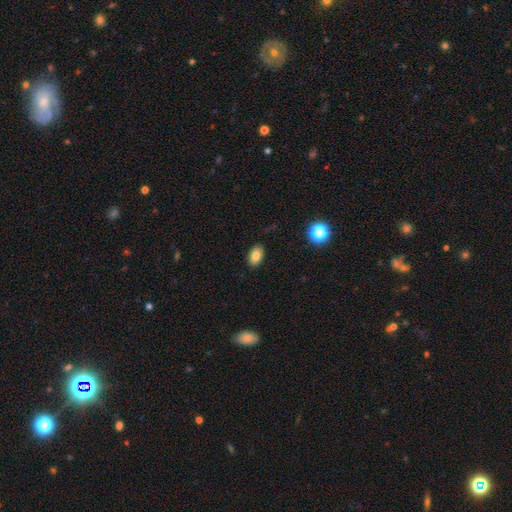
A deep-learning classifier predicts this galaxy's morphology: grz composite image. It shows a smooth galaxy with no disk features (83%) that is in between round and cigar-shaped (90%). Merging: none (88%).